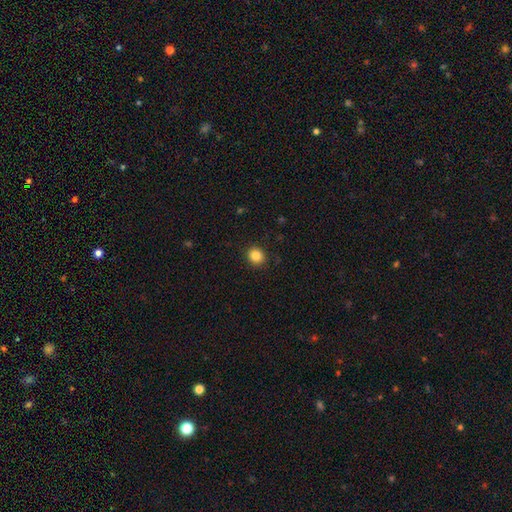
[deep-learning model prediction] Smooth or featured?
  - smooth: 85% *
  - star or artifact: 11%
  - featured or disk: 4%
How rounded?
  - round: 83% *
  - in between: 16%
  - cigar-shaped: 1%
Merging?
  - none: 91% *
  - minor disturbance: 6%
  - major disturbance: 2%
  - merger: 1%